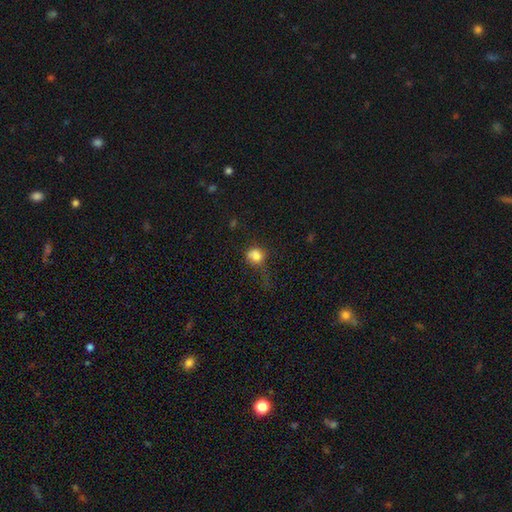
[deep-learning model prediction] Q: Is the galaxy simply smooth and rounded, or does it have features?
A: smooth — 78%.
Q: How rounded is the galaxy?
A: round — 69%.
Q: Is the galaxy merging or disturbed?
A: none — 34%.